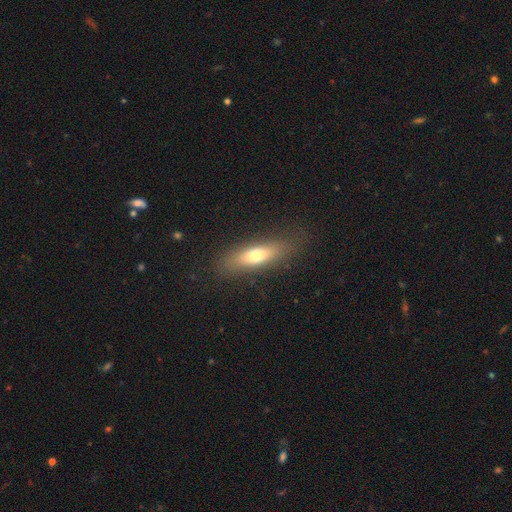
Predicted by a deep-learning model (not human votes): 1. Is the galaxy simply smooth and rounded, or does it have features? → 66% smooth, 26% featured or disk, 8% star or artifact.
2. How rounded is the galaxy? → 54% cigar-shaped, 43% in between, 3% round.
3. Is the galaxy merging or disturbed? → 83% none, 11% minor disturbance, 4% major disturbance, 1% merger.